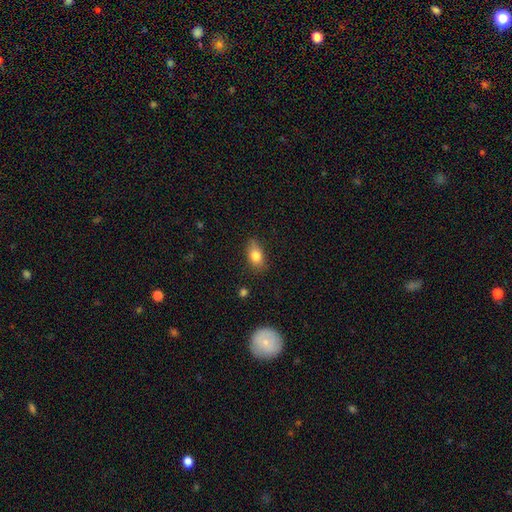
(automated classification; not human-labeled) A smooth galaxy with no disk features (80%) that is in between round and cigar-shaped (82%). Merging: none (75%).